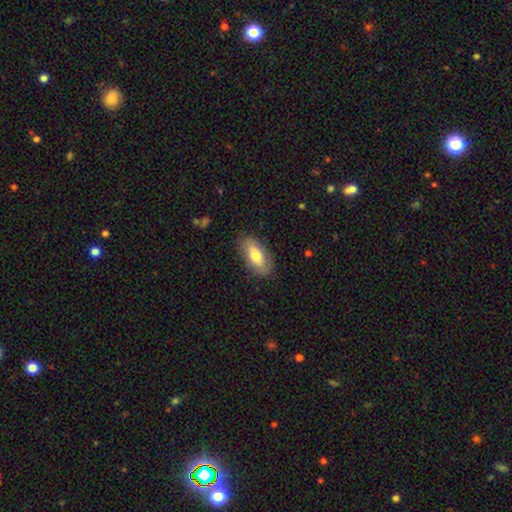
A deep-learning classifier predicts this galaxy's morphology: The model was most divided on "smooth or featured": smooth: 72%, featured or disk: 22%, star or artifact: 6%. More confident: how rounded — in between (89%); merging — none (83%).